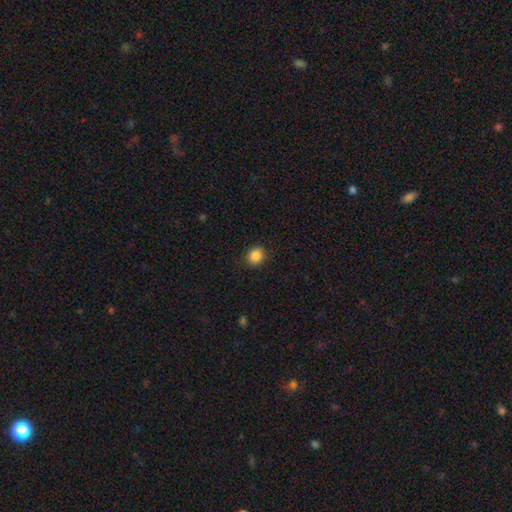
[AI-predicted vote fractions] Smooth or featured? Predicted: smooth (p=0.87). How rounded? Predicted: round (p=0.72). Merging? Predicted: none (p=0.89).